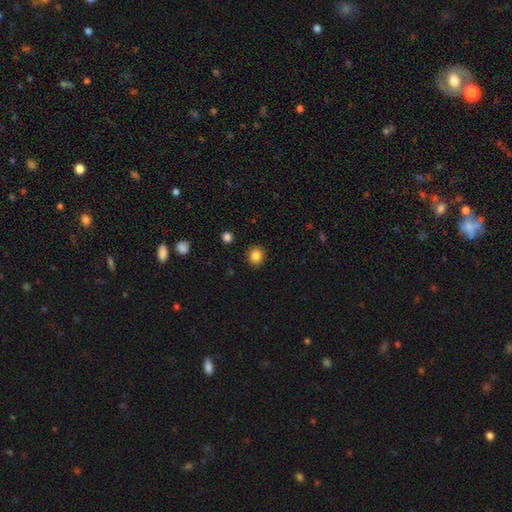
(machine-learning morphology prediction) Q: Smooth or featured?
A: smooth (85%); runner-up: star or artifact (10%)
Q: How rounded?
A: round (82%); runner-up: in between (17%)
Q: Merging?
A: none (90%); runner-up: minor disturbance (6%)